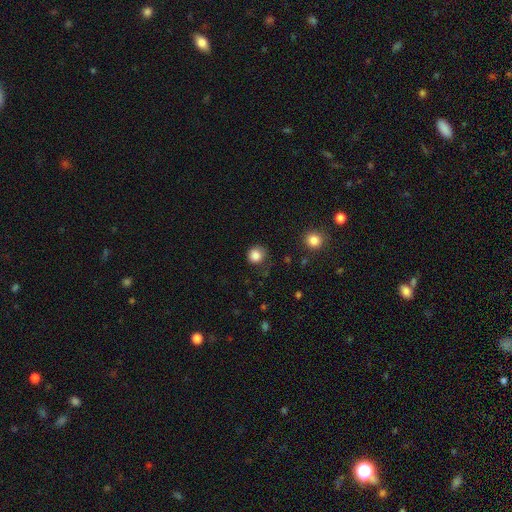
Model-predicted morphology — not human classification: Smooth or featured? Predicted: smooth (p=0.85). How rounded? Predicted: round (p=0.89). Merging? Predicted: none (p=0.76).